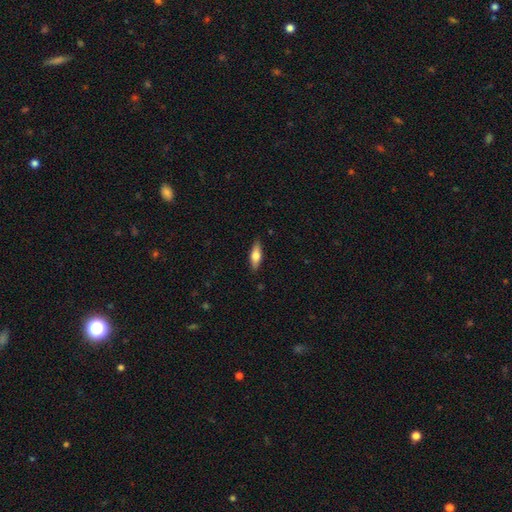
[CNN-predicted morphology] The model was most divided on "how rounded": in between: 51%, cigar-shaped: 46%, round: 3%. More confident: merging — none (87%); smooth or featured — smooth (60%).